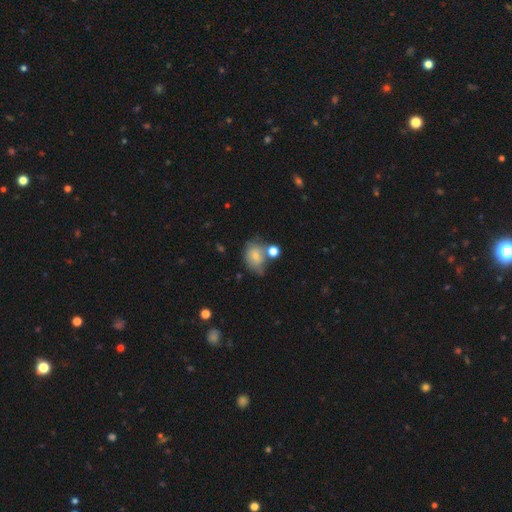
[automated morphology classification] Smooth or featured? Predicted: smooth (p=0.69). How rounded? Predicted: in between (p=0.52). Merging? Predicted: none (p=0.39).